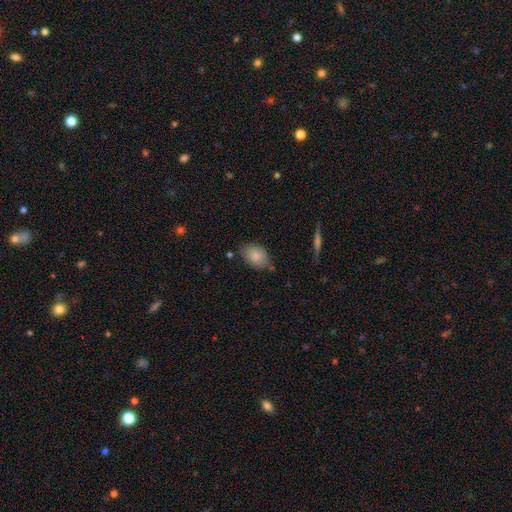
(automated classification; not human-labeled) smooth_or_featured: smooth (p=0.83) [alt: featured or disk p=0.09]
how_rounded: in between (p=0.82) [alt: round p=0.17]
merging: none (p=0.72) [alt: minor disturbance p=0.20]